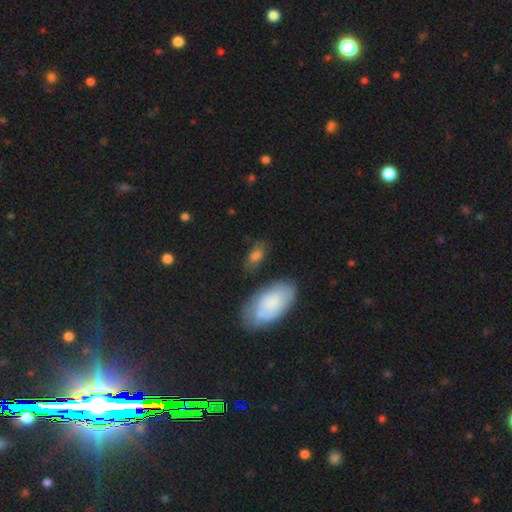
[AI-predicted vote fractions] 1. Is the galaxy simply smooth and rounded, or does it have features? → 75% smooth, 16% featured or disk, 9% star or artifact.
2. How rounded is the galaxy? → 87% in between, 7% round, 7% cigar-shaped.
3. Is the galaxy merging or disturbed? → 61% none, 21% minor disturbance, 10% merger, 8% major disturbance.